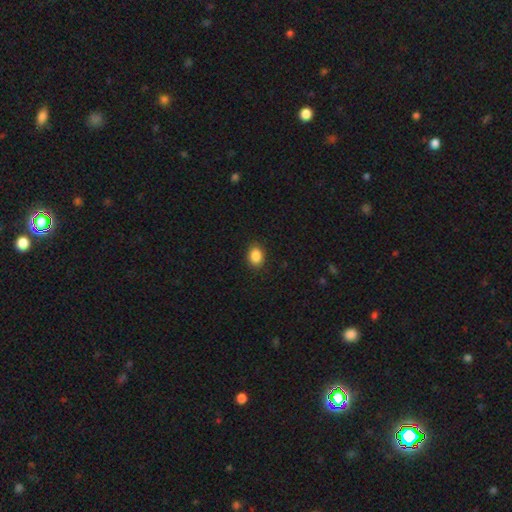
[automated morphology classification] Q: Smooth or featured?
A: smooth (87%); runner-up: star or artifact (9%)
Q: How rounded?
A: in between (61%); runner-up: round (38%)
Q: Merging?
A: none (89%); runner-up: minor disturbance (8%)